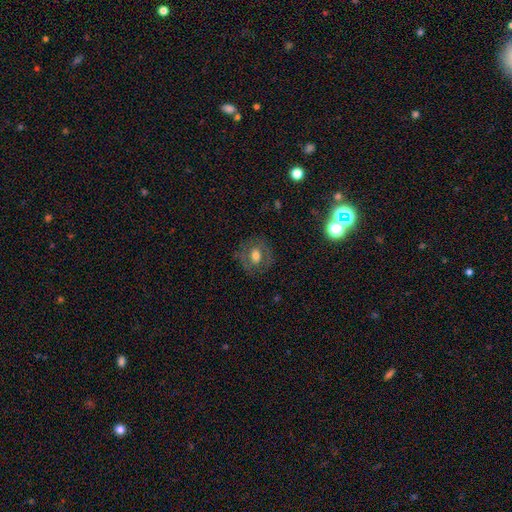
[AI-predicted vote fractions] A smooth galaxy with no disk features (53%) that is round (65%). Merging: none (78%).